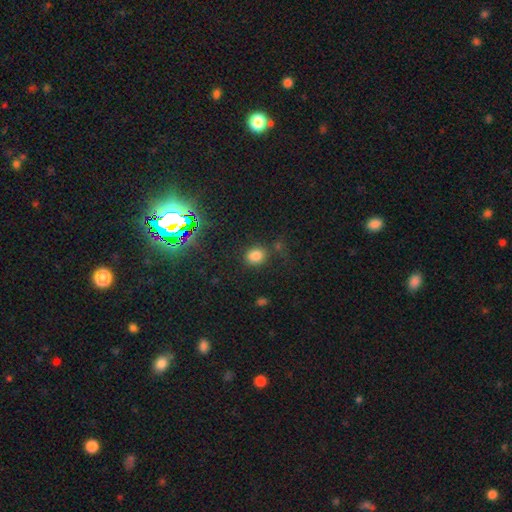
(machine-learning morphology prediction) Smooth or featured? Predicted: smooth (p=0.76). How rounded? Predicted: round (p=0.65). Merging? Predicted: none (p=0.74).